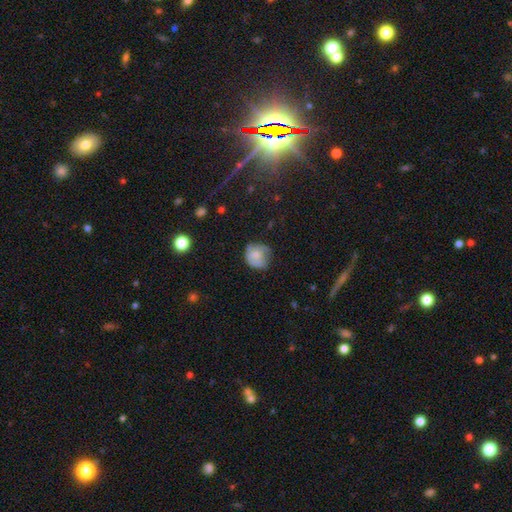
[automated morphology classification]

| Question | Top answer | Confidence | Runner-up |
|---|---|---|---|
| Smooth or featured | smooth | 60% | featured or disk (31%) |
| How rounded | round | 77% | in between (22%) |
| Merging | none | 51% | minor disturbance (32%) |